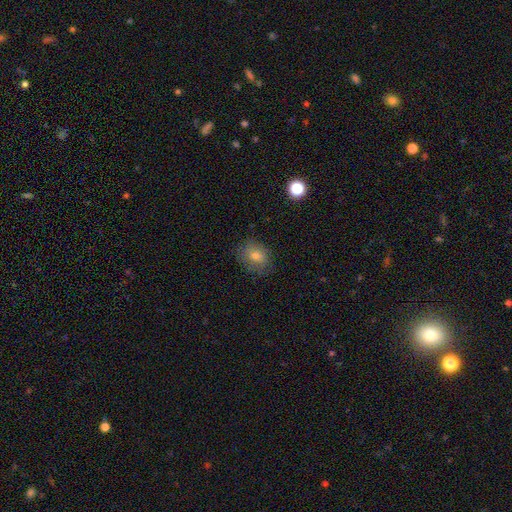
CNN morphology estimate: Smooth or featured?
  - smooth: 72% *
  - featured or disk: 16%
  - star or artifact: 12%
How rounded?
  - in between: 50% *
  - round: 49%
  - cigar-shaped: 1%
Merging?
  - none: 77% *
  - minor disturbance: 16%
  - major disturbance: 5%
  - merger: 1%